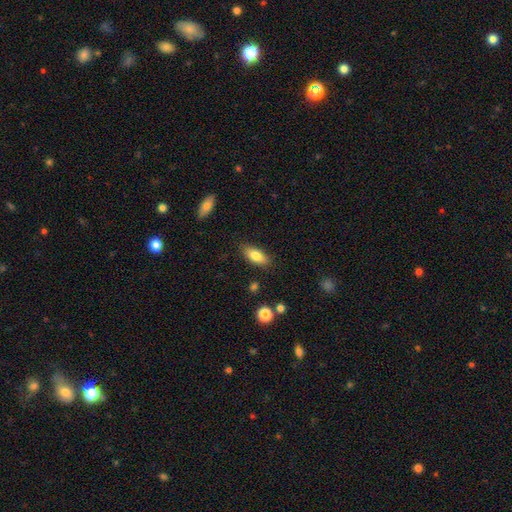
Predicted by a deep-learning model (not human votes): Q: Smooth or featured?
A: smooth (80%); runner-up: featured or disk (13%)
Q: How rounded?
A: in between (81%); runner-up: cigar-shaped (16%)
Q: Merging?
A: none (84%); runner-up: minor disturbance (12%)